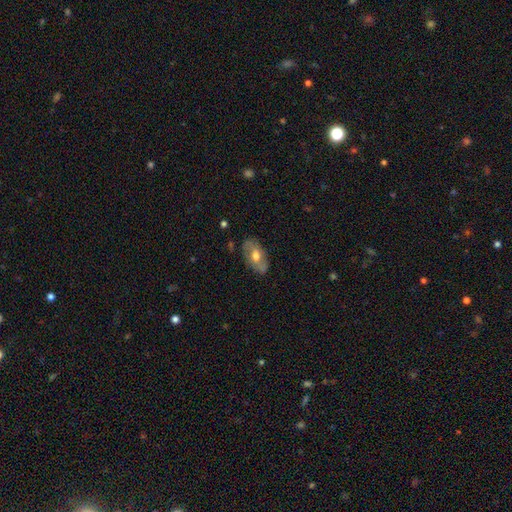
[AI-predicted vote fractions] A featured or disk galaxy (50%).

Vote fractions:
- Smooth or featured? featured or disk: 50% / smooth: 43% / star or artifact: 7%
- Merging? none: 77% / minor disturbance: 17% / major disturbance: 4% / merger: 2%